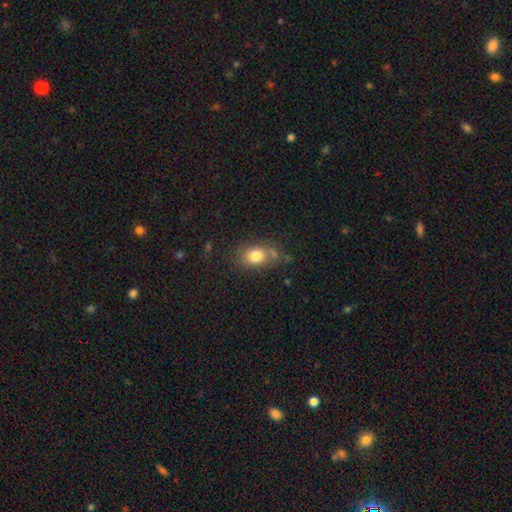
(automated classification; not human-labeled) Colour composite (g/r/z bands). It shows a smooth galaxy with no disk features (79%) that is in between round and cigar-shaped (60%). Merging: none (60%).